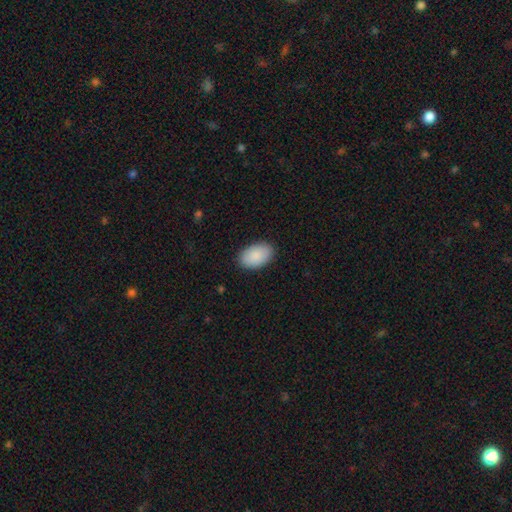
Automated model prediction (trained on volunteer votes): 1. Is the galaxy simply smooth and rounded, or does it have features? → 90% smooth, 6% star or artifact, 5% featured or disk.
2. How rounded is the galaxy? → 93% in between, 6% round, 1% cigar-shaped.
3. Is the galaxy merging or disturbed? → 88% none, 9% minor disturbance, 2% major disturbance, 1% merger.